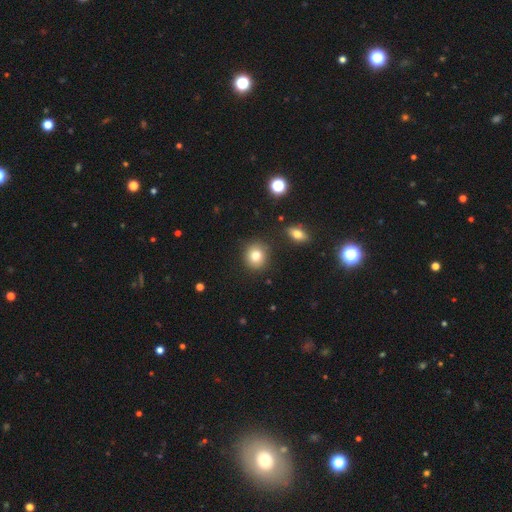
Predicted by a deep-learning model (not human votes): smooth-or-featured: smooth: 83% | star or artifact: 10% | featured or disk: 8%
  how-rounded: round: 78% | in between: 20% | cigar-shaped: 1%
  merging: none: 84% | minor disturbance: 10% | merger: 3% | major disturbance: 3%